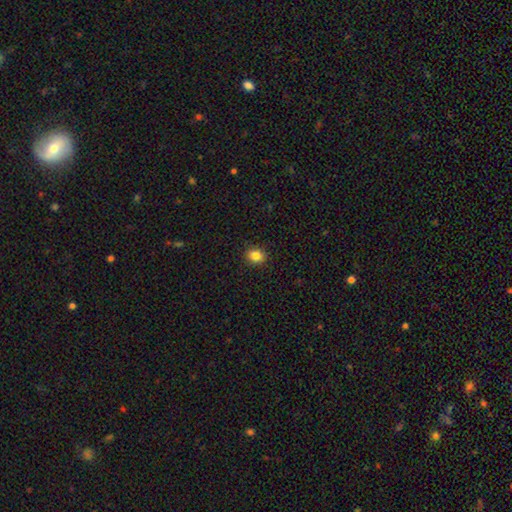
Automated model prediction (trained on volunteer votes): smooth 85%, star or artifact 11%, featured or disk 5%. Down the decision tree: how rounded — round (69%); merging — none (91%).